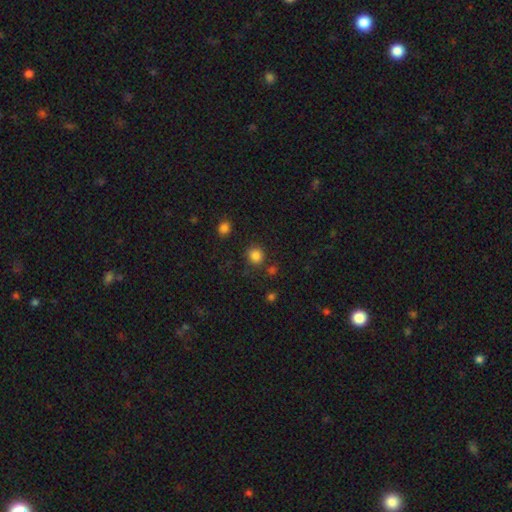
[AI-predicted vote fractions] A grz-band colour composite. It shows a smooth galaxy with no disk features (84%) that is round (89%). Merging: none (84%).